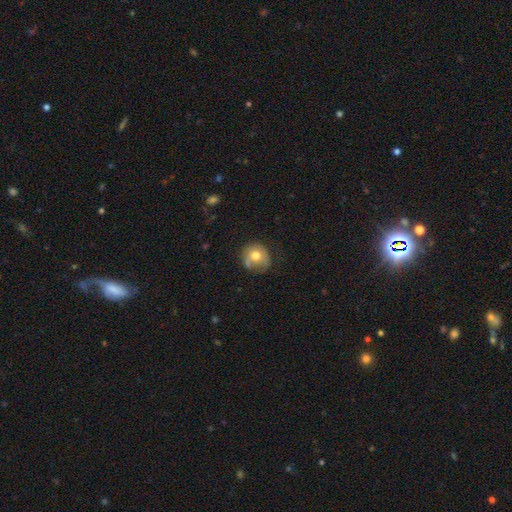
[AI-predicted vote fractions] Smooth or featured? Predicted: smooth (p=0.69). How rounded? Predicted: round (p=0.83). Merging? Predicted: none (p=0.57).